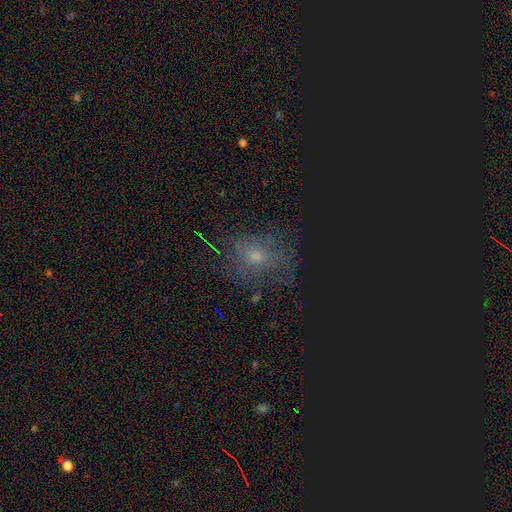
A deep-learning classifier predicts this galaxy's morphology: smooth-or-featured: smooth: 40% | star or artifact: 34% | featured or disk: 26%
  merging: none: 67% | minor disturbance: 18% | major disturbance: 14% | merger: 2%